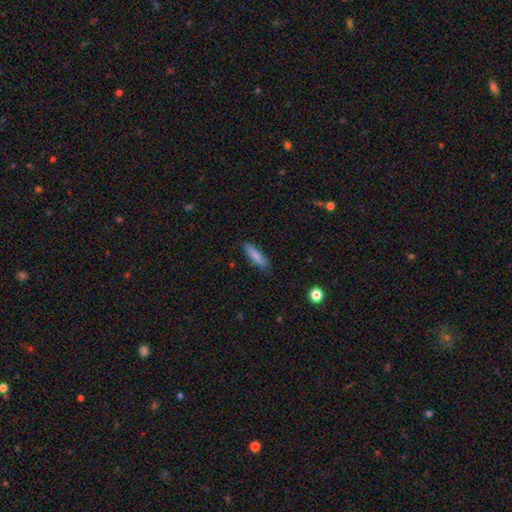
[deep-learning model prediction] The model was most divided on "how rounded": cigar-shaped: 73%, in between: 25%, round: 2%. More confident: merging — none (84%); smooth or featured — smooth (84%).